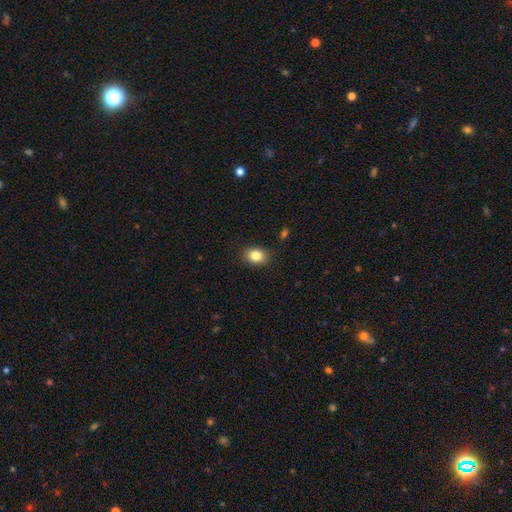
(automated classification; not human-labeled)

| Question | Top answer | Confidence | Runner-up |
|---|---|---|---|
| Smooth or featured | smooth | 84% | star or artifact (9%) |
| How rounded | in between | 59% | round (40%) |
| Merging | none | 87% | minor disturbance (9%) |